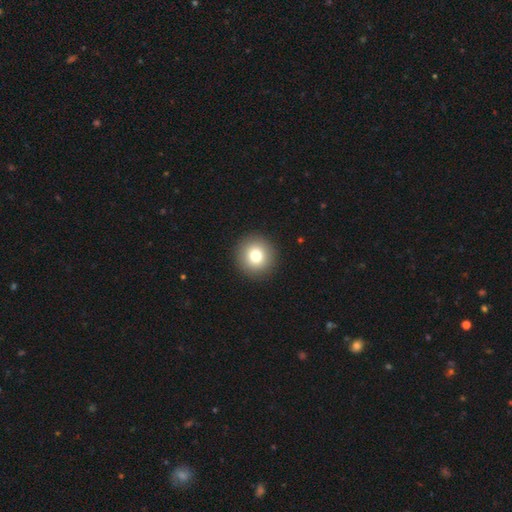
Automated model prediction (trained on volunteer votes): The model was most divided on "smooth or featured": smooth: 78%, featured or disk: 11%, star or artifact: 11%. More confident: how rounded — round (94%); merging — none (93%).